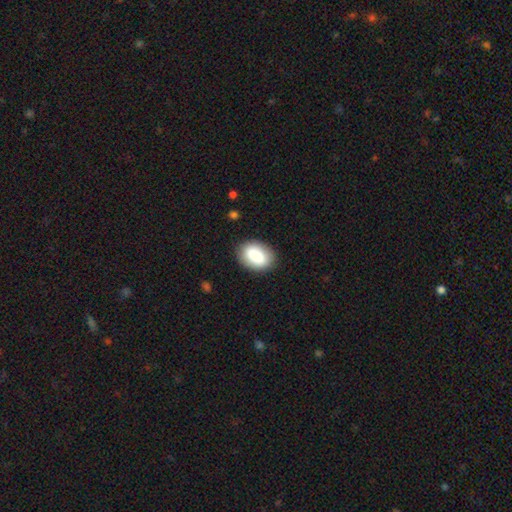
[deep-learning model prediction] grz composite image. It shows a smooth galaxy with no disk features (86%) that is in between round and cigar-shaped (85%). Merging: none (85%).